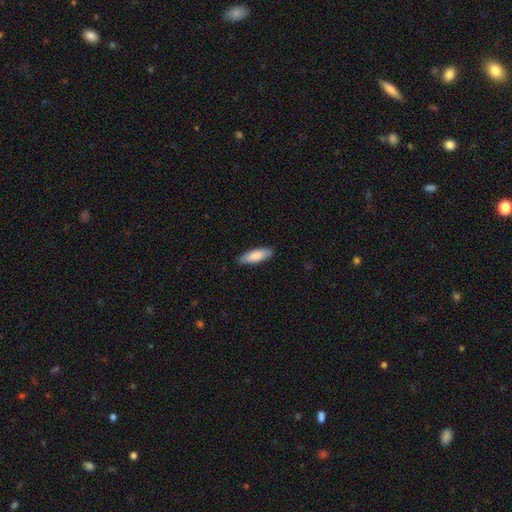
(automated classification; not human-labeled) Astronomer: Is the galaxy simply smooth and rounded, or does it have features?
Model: smooth — 84%.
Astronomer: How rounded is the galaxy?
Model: in between — 54% (runner-up: cigar-shaped, 45%).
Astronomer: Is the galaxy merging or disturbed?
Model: none — 87%.